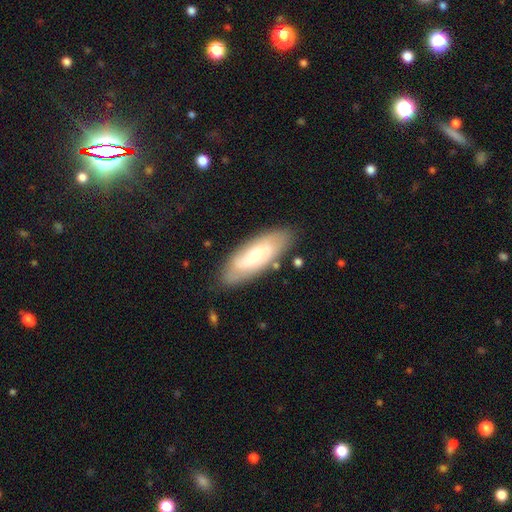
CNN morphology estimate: This is possibly a featured or disk galaxy (50%). Merging: likely none (79%).